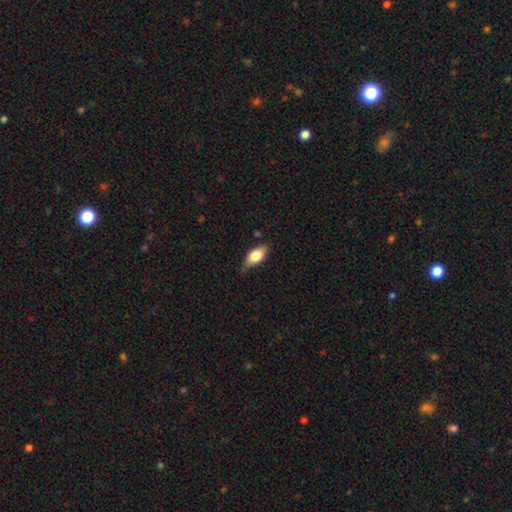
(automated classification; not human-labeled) A smooth galaxy with no disk features (74%) that is in between round and cigar-shaped (86%).

Vote fractions:
- Smooth or featured? smooth: 74% / featured or disk: 19% / star or artifact: 7%
- How rounded? in between: 86% / cigar-shaped: 10% / round: 4%
- Merging? none: 66% / minor disturbance: 27% / major disturbance: 5% / merger: 2%